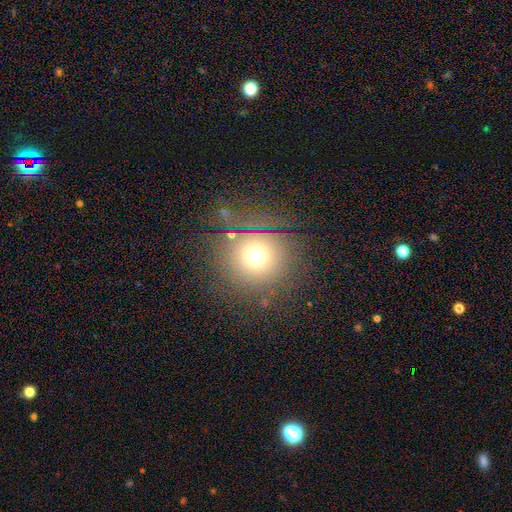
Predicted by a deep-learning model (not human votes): Smooth or featured: smooth — 65% (star or artifact — 20%)
How rounded: round — 91% (in between — 8%)
Merging: none — 72% (minor disturbance — 14%)